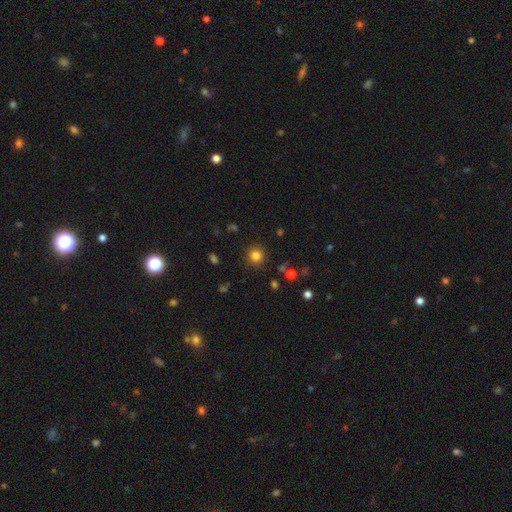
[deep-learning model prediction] Morphology: type=smooth (81%); roundness=round (92%); merging=none (89%).